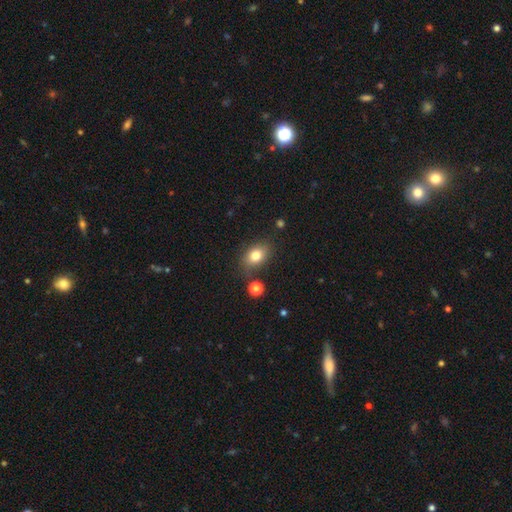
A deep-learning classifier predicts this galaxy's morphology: A smooth galaxy with no disk features (79%) that is in between round and cigar-shaped (74%). Merging: none (75%).